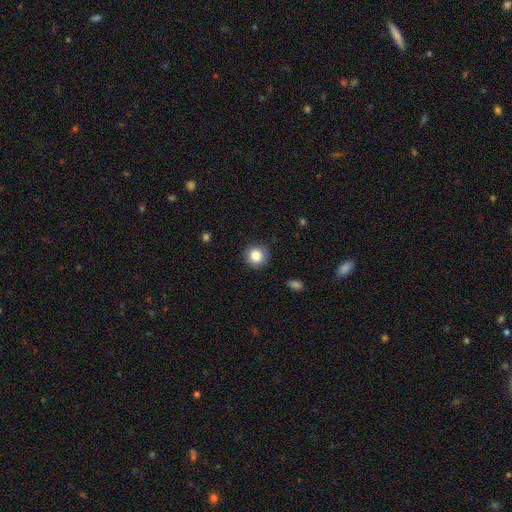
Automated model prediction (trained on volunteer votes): smooth-or-featured: smooth: 84% | star or artifact: 10% | featured or disk: 6%
  how-rounded: round: 93% | in between: 6% | cigar-shaped: 1%
  merging: none: 89% | minor disturbance: 8% | major disturbance: 2% | merger: 1%